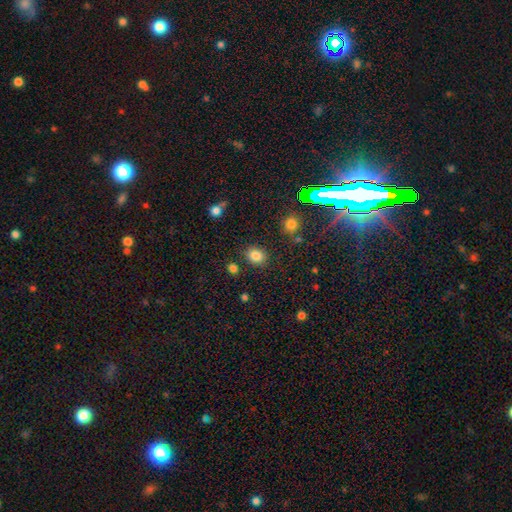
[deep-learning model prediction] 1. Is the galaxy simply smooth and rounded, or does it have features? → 83% smooth, 12% star or artifact, 5% featured or disk.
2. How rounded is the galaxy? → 54% round, 45% in between, 1% cigar-shaped.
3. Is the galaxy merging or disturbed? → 84% none, 9% minor disturbance, 4% merger, 3% major disturbance.